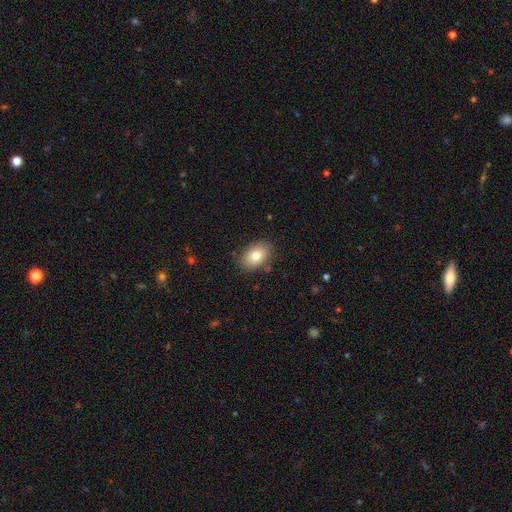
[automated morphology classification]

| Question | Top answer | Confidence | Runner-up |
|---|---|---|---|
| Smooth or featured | smooth | 81% | featured or disk (11%) |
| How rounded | in between | 86% | round (13%) |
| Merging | none | 86% | minor disturbance (10%) |